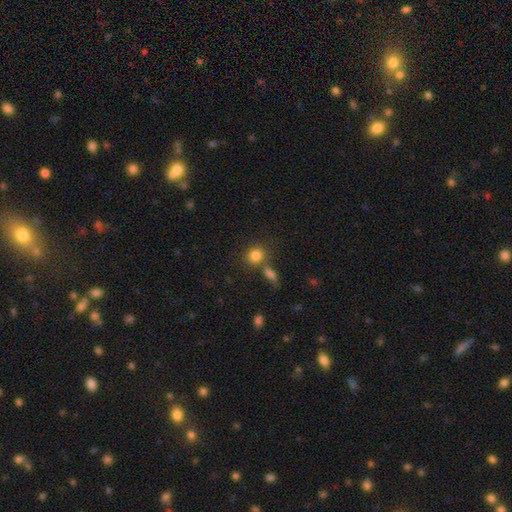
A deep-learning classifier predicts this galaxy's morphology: A smooth galaxy with no disk features (83%) that is round (73%). Merging: none (61%).